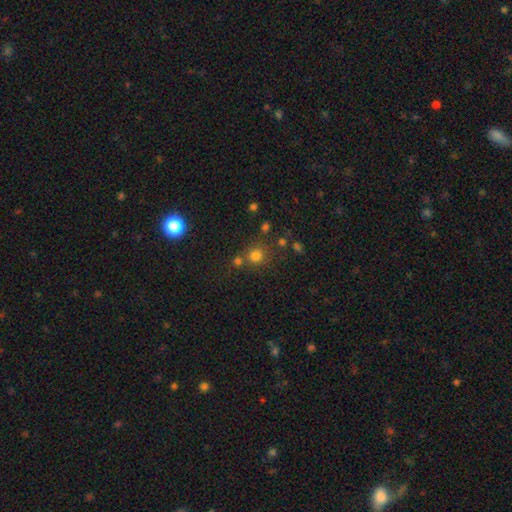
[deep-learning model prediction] Morphology: type=smooth (74%); roundness=round (86%); merging=none (64%).